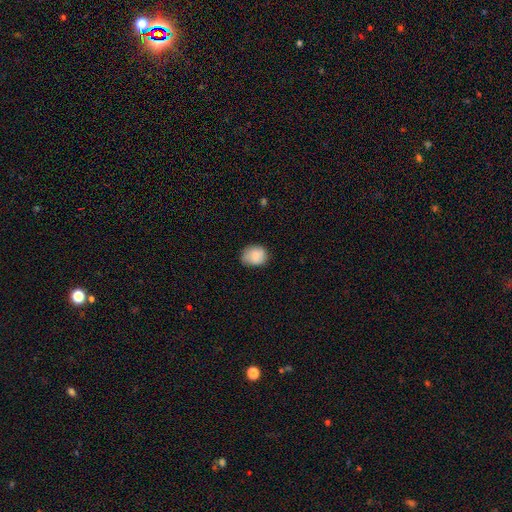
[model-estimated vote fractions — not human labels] This appears to be a smooth galaxy with no disk features (85%) that is round (53%). Merging: none (69%).